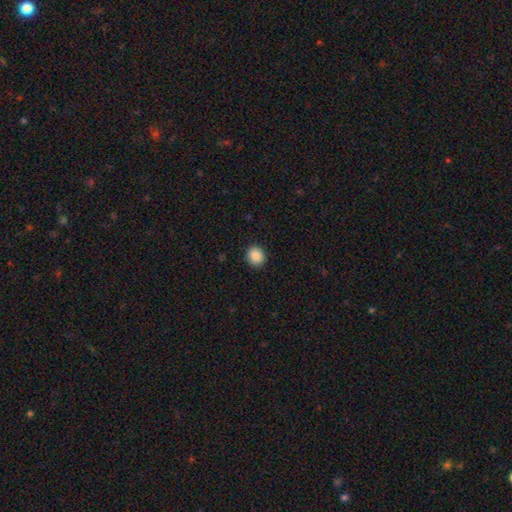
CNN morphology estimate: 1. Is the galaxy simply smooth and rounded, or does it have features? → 88% smooth, 8% star or artifact, 3% featured or disk.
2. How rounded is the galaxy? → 74% round, 25% in between, 1% cigar-shaped.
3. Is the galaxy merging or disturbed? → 91% none, 7% minor disturbance, 2% major disturbance, 1% merger.